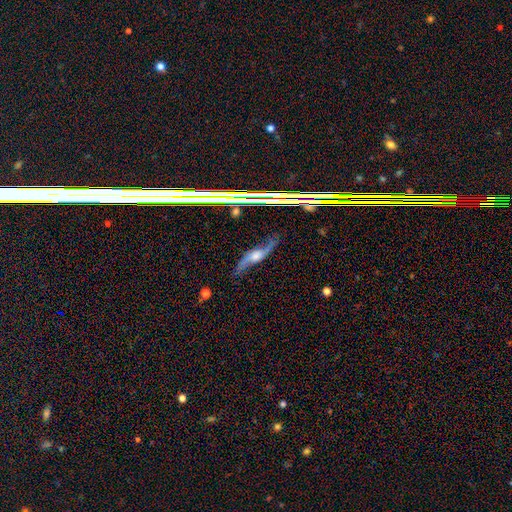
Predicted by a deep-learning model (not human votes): A featured or disk galaxy (80%) with no bar (63%), 2 (94%) loose (86%) spiral arms (95%) and a moderate central bulge (47%).

Vote fractions:
- Smooth or featured? featured or disk: 80% / star or artifact: 10% / smooth: 10%
- Edge-on disk? no: 73% / yes: 27%
- Bar? no: 63% / weak: 27% / strong: 10%
- Spiral arms? yes: 95% / no: 5%
- Spiral winding? loose: 86% / medium: 11% / tight: 3%
- Spiral arm count? 2: 94% / can't tell: 2% / 1: 1% / 3: 1% / 4: 1% / more than 4: 1%
- Bulge size? moderate: 47% / large: 21% / small: 19% / none: 8% / dominant: 4%
- Merging? none: 73% / minor disturbance: 17% / major disturbance: 7% / merger: 3%